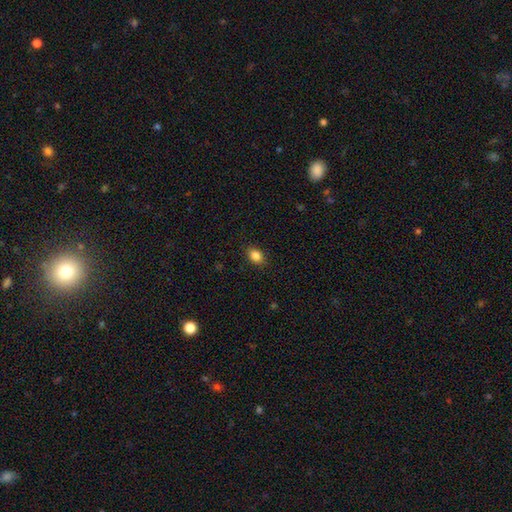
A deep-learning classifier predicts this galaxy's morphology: smooth_or_featured: smooth (p=0.86) [alt: star or artifact p=0.10]
how_rounded: in between (p=0.70) [alt: round p=0.29]
merging: none (p=0.89) [alt: minor disturbance p=0.08]